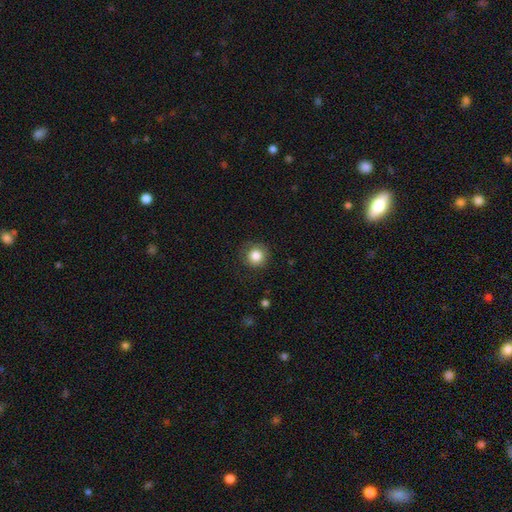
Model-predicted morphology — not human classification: Smooth or featured?
  - smooth: 84% *
  - star or artifact: 10%
  - featured or disk: 6%
How rounded?
  - round: 94% *
  - in between: 5%
  - cigar-shaped: 1%
Merging?
  - none: 83% *
  - minor disturbance: 12%
  - major disturbance: 4%
  - merger: 1%